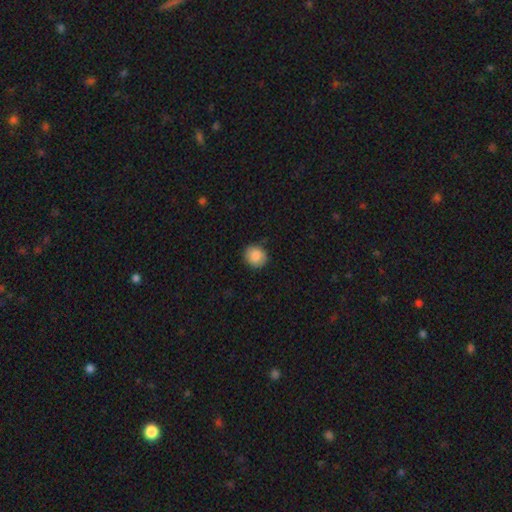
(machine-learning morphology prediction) Smooth or featured? Predicted: smooth (p=0.86). How rounded? Predicted: round (p=0.80). Merging? Predicted: none (p=0.85).